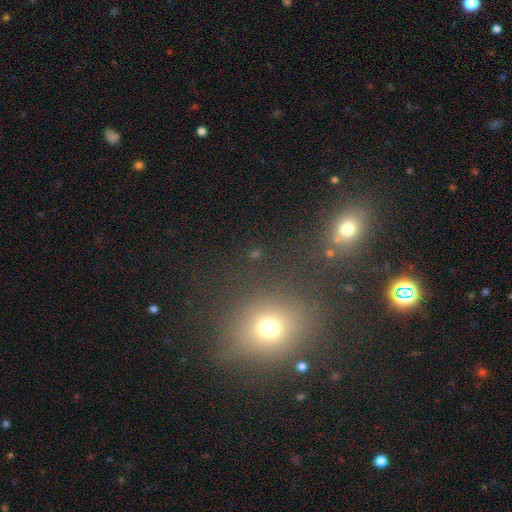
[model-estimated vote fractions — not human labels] Smooth or featured? smooth (56%)
How rounded? round (69%)
Merging? none (76%)